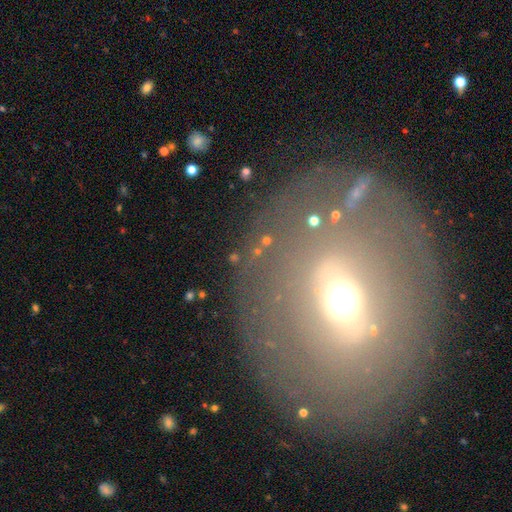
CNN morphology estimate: Smooth or featured?
  - featured or disk: 45% *
  - smooth: 37%
  - star or artifact: 17%
Merging?
  - none: 79% *
  - minor disturbance: 11%
  - major disturbance: 7%
  - merger: 3%